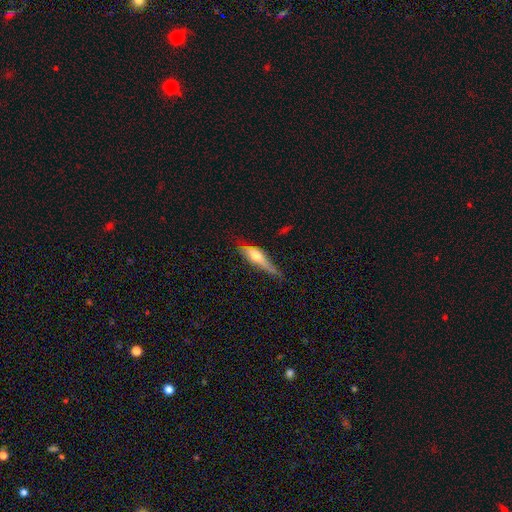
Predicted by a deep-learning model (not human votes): Morphology: type=featured or disk (46%, tied with smooth); merging=none (44%).